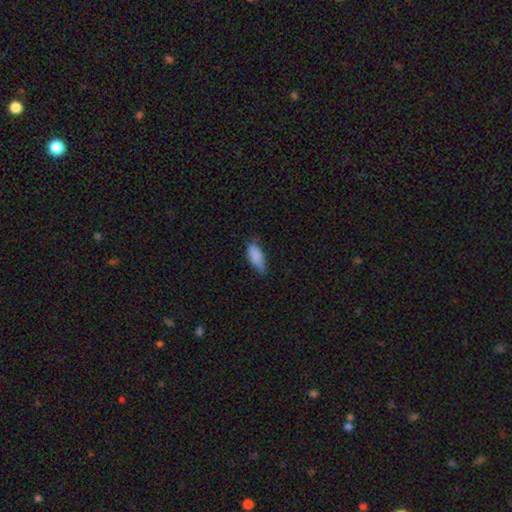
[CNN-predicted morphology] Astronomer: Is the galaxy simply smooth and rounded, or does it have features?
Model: smooth — 86%.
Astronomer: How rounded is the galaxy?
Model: in between — 76%.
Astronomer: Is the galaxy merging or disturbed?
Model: none — 64%.